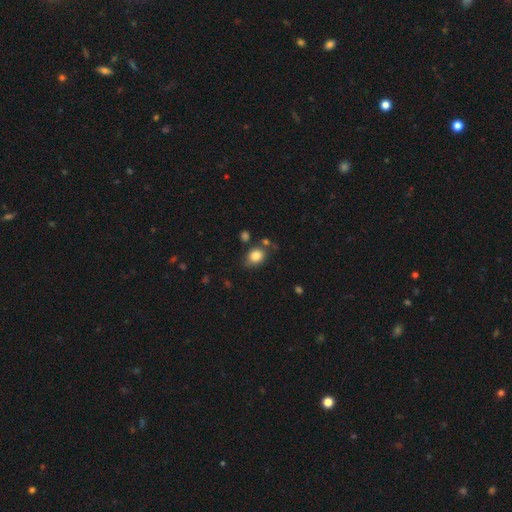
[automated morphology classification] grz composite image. It shows a smooth galaxy with no disk features (84%) that is in between round and cigar-shaped (50%). Merging: none (66%).